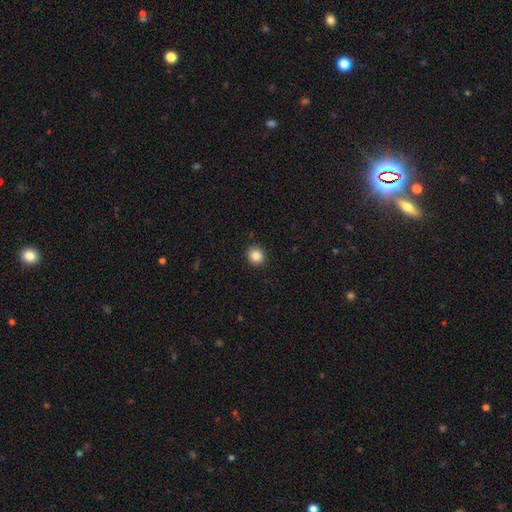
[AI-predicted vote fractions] This appears to be a smooth galaxy with no disk features (86%) that is round (88%). Merging: none (91%).